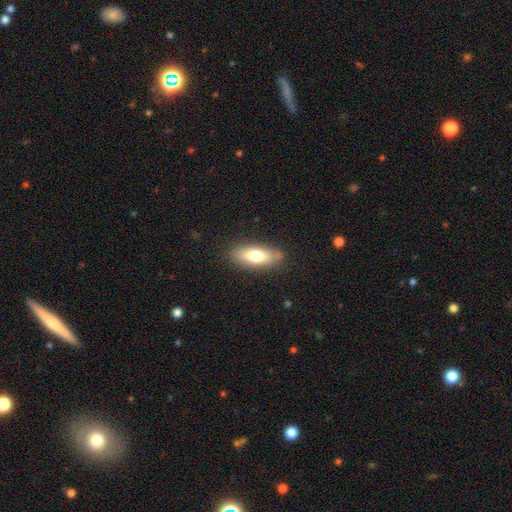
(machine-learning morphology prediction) The model was most divided on "how rounded": in between: 69%, cigar-shaped: 28%, round: 3%. More confident: merging — none (83%); smooth or featured — smooth (72%).